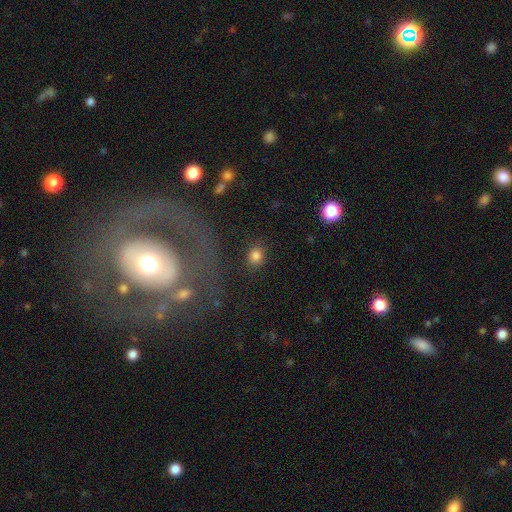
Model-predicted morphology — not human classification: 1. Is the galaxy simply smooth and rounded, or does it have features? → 82% smooth, 12% star or artifact, 6% featured or disk.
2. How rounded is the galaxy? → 74% round, 24% in between, 1% cigar-shaped.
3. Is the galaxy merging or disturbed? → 84% none, 9% minor disturbance, 4% major disturbance, 3% merger.